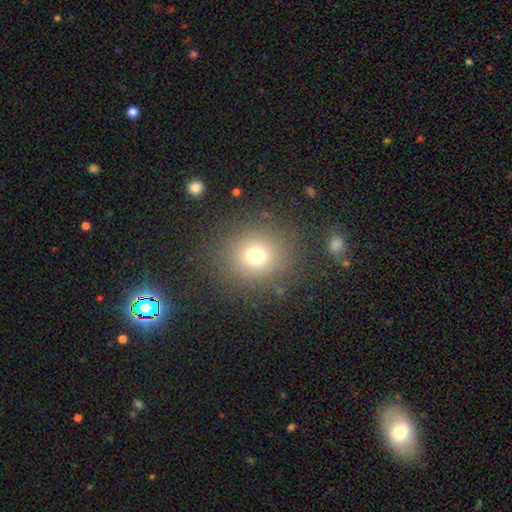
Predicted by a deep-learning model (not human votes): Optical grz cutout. It shows a smooth galaxy with no disk features (73%) that is round (88%). Merging: none (86%).